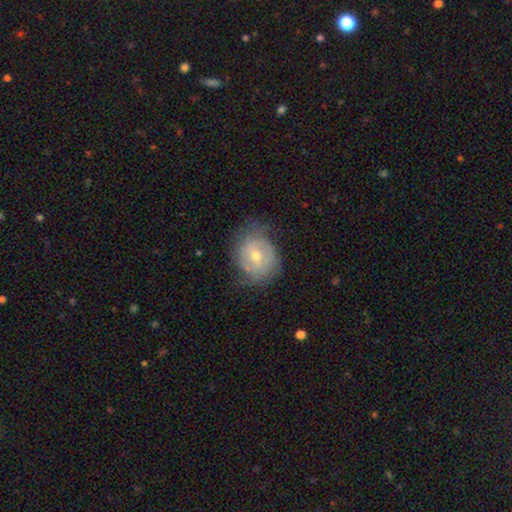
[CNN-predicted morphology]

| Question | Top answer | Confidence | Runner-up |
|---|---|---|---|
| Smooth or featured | featured or disk | 56% | smooth (35%) |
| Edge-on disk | no | 96% | yes (4%) |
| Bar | no | 63% | weak (30%) |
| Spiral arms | yes | 69% | no (31%) |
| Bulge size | moderate | 51% | small (46%) |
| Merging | none | 63% | minor disturbance (25%) |